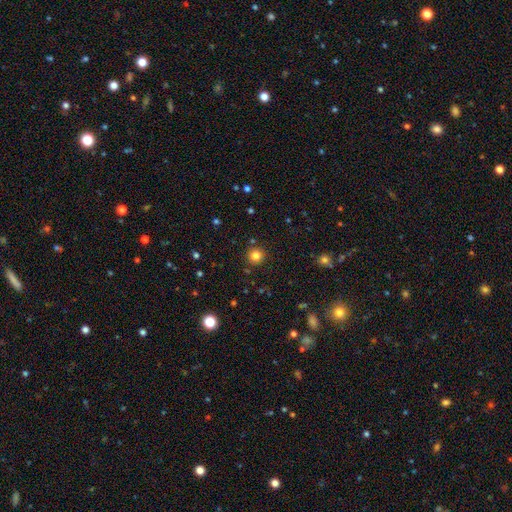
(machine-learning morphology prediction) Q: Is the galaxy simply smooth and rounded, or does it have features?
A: smooth — 81%.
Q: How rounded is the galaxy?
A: round — 95%.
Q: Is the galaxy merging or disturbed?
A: none — 90%.